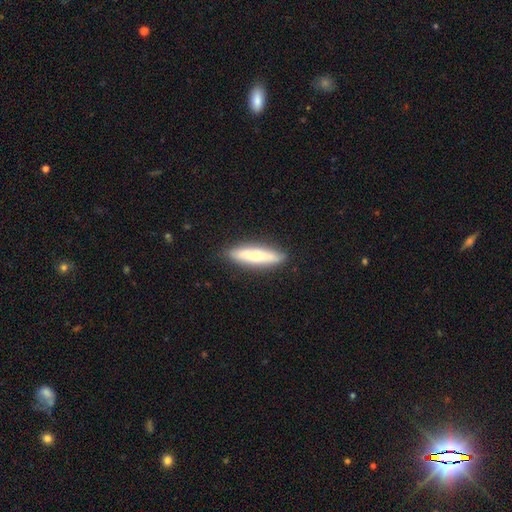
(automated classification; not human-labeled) smooth_or_featured: smooth (p=0.61) [alt: featured or disk p=0.33]
how_rounded: cigar-shaped (p=0.73) [alt: in between p=0.26]
merging: none (p=0.88) [alt: minor disturbance p=0.09]